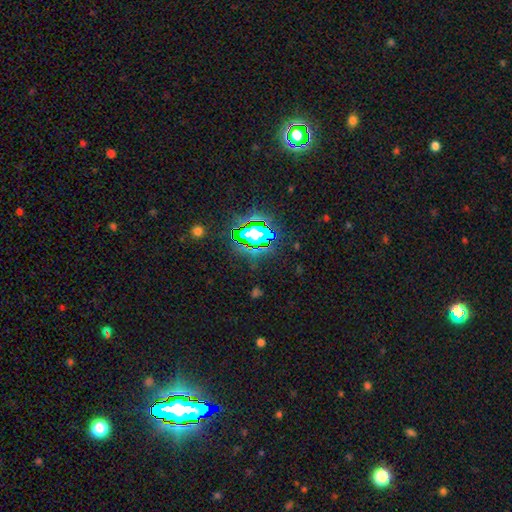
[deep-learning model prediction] Smooth or featured?
  - star or artifact: 82% *
  - smooth: 10%
  - featured or disk: 7%